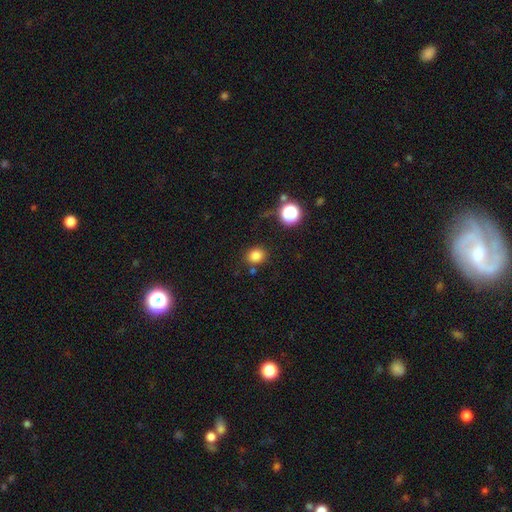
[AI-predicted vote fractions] smooth-or-featured: smooth: 82% | star or artifact: 13% | featured or disk: 5%
  how-rounded: round: 70% | in between: 29% | cigar-shaped: 1%
  merging: none: 80% | minor disturbance: 11% | merger: 5% | major disturbance: 4%